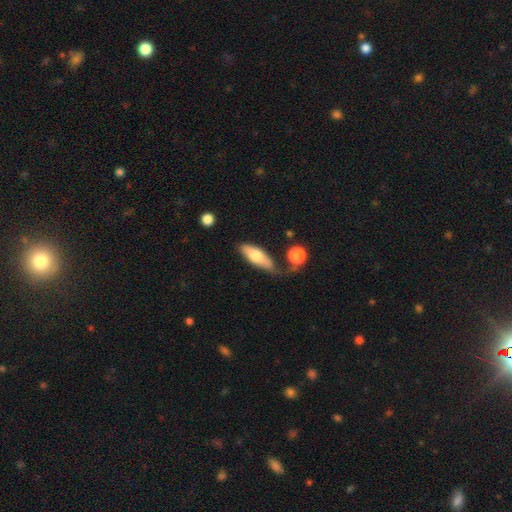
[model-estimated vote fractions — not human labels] This is likely a smooth galaxy (66%). How rounded: likely in between (62%). Merging: possibly none (53%).